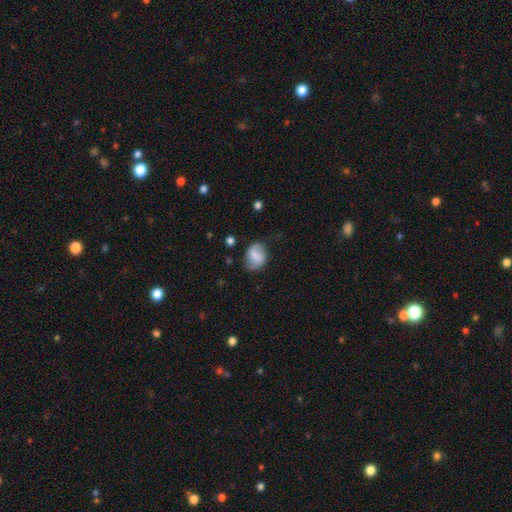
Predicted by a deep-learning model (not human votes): Smooth or featured? Predicted: smooth (p=0.61). How rounded? Predicted: in between (p=0.52). Merging? Predicted: none (p=0.69).